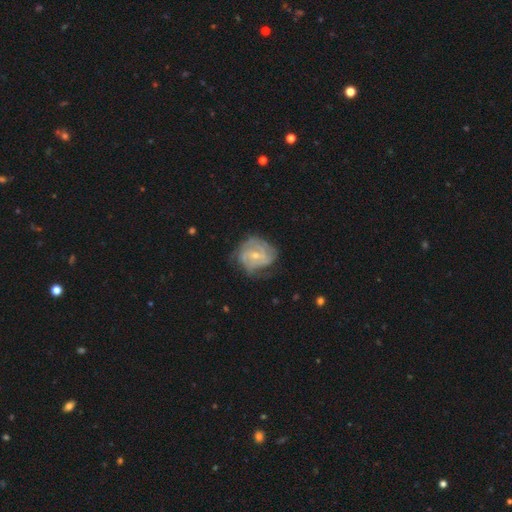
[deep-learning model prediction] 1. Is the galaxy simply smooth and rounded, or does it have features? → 77% featured or disk, 17% smooth, 6% star or artifact.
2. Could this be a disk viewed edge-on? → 98% no, 2% yes.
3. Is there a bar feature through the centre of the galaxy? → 53% no, 39% weak, 8% strong.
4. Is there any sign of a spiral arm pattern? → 89% yes, 11% no.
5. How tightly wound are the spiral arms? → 58% tight, 32% medium, 10% loose.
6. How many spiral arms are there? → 37% can't tell, 23% 3, 20% 2, 11% 4, 5% 1, 4% more than 4.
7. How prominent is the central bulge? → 55% small, 41% moderate, 2% none, 1% large, 1% dominant.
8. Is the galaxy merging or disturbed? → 60% none, 26% minor disturbance, 13% major disturbance, 2% merger.